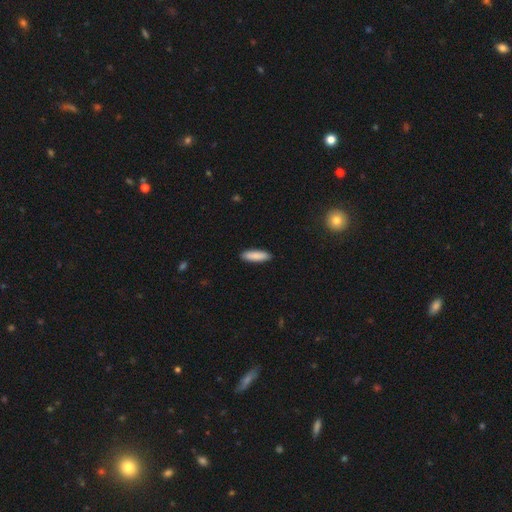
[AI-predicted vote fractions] Overall: smooth (88%). How rounded: cigar-shaped (61%; in between 38%). Merging: none (90%).